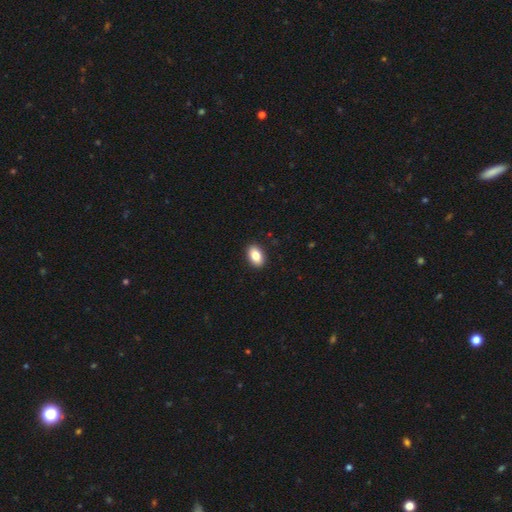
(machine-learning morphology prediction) This appears to be a smooth galaxy with no disk features (85%) that is in between round and cigar-shaped (90%). Merging: none (91%).